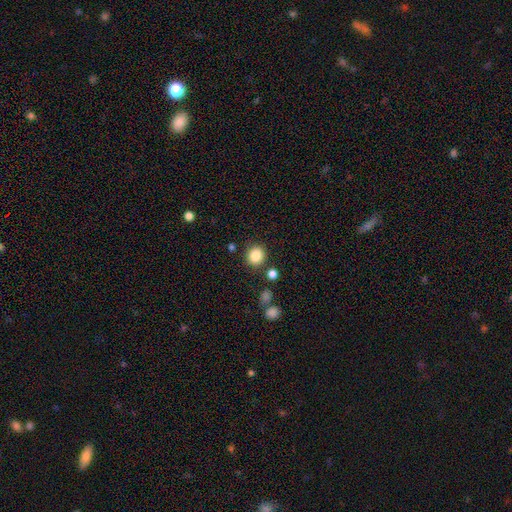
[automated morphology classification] This appears to be a smooth galaxy with no disk features (85%) that is round (87%). Merging: none (85%).